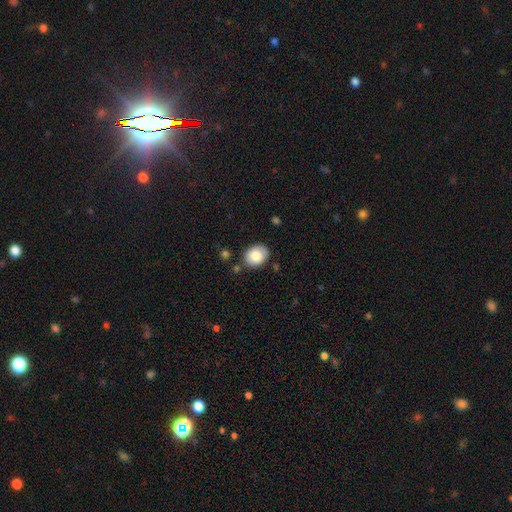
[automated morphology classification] This is clearly a smooth galaxy (82%). How rounded: possibly in between (55%). Merging: likely none (76%).